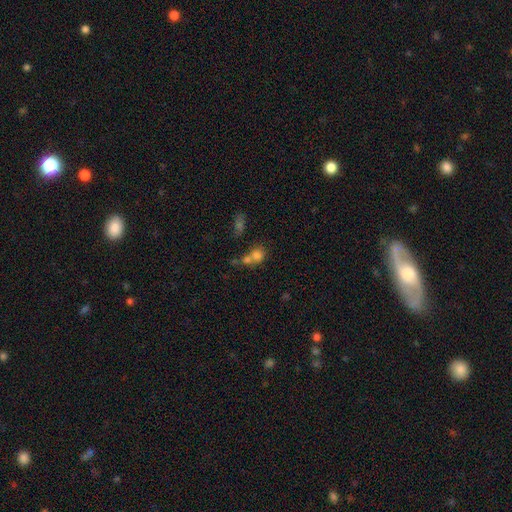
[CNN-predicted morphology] A smooth galaxy with no disk features (73%) that is round (71%). Merging: merger (50%).